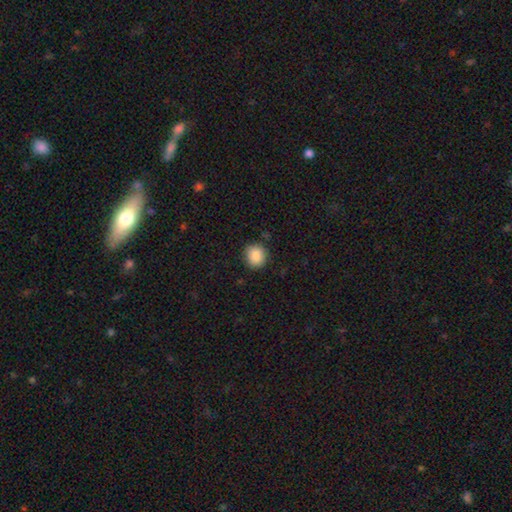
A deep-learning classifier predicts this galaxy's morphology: Overall: smooth (87%). How rounded: round (86%). Merging: none (89%).